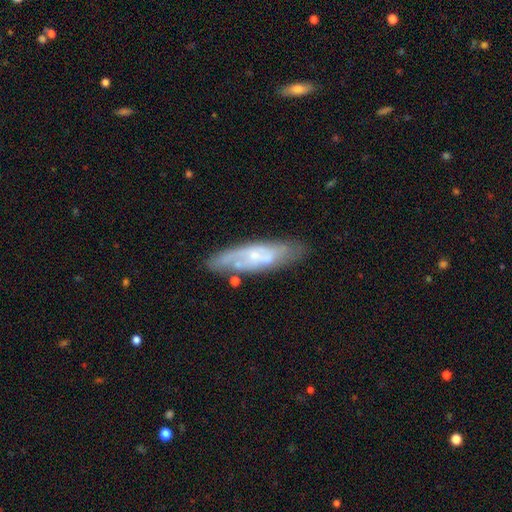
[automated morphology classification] The model was most divided on "smooth or featured": featured or disk: 59%, smooth: 34%, star or artifact: 7%. More confident: edge-on disk — no (69%); merging — none (68%).